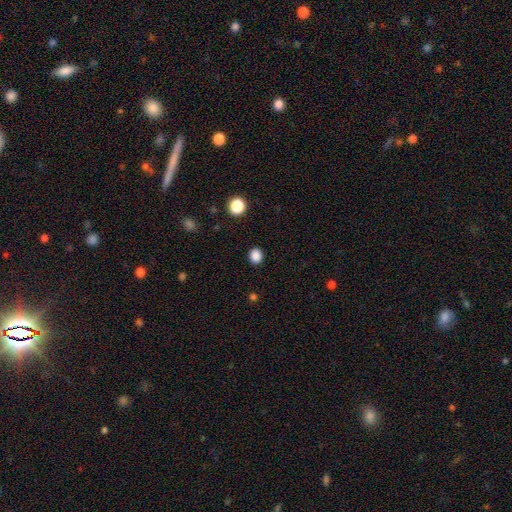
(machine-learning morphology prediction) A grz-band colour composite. It shows a smooth galaxy with no disk features (86%) that is round (72%). Merging: none (90%).